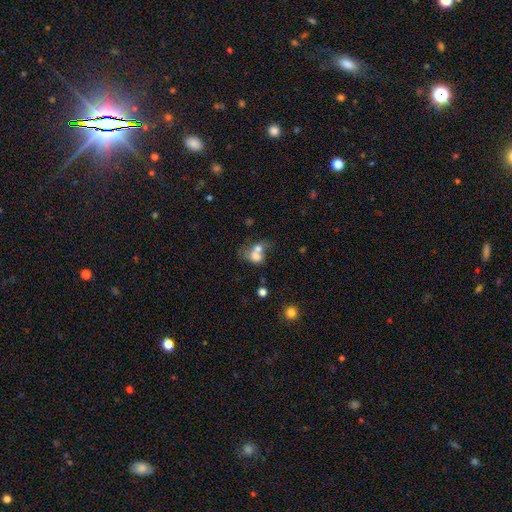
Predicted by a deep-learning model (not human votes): smooth 64%, featured or disk 24%, star or artifact 12%. Down the decision tree: how rounded — in between (56%); merging — merger (67%).